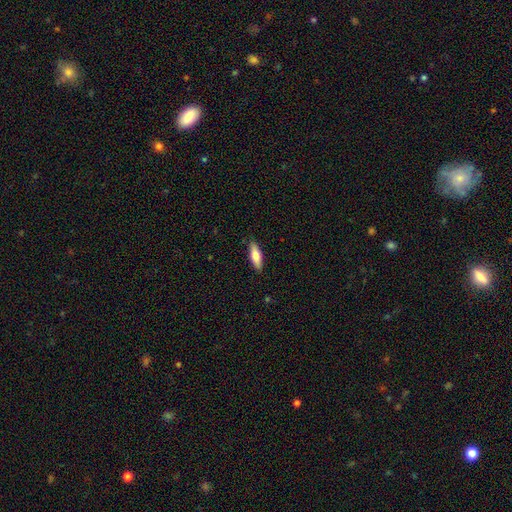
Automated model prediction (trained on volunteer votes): Smooth or featured? smooth (73%)
How rounded? in between (54%)
Merging? none (88%)